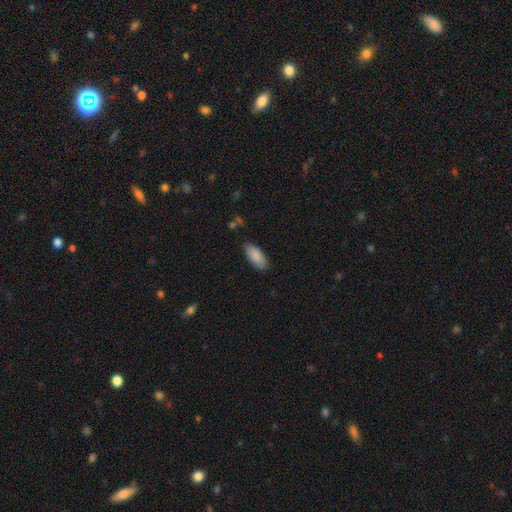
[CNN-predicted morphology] Smooth or featured?
  - smooth: 89% *
  - star or artifact: 6%
  - featured or disk: 5%
How rounded?
  - in between: 87% *
  - cigar-shaped: 11%
  - round: 2%
Merging?
  - none: 83% *
  - minor disturbance: 13%
  - major disturbance: 2%
  - merger: 1%